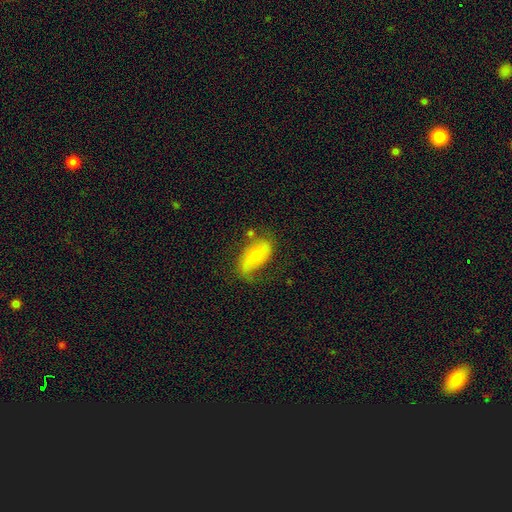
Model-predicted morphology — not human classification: Smooth or featured? smooth (47%)
Merging? none (55%)